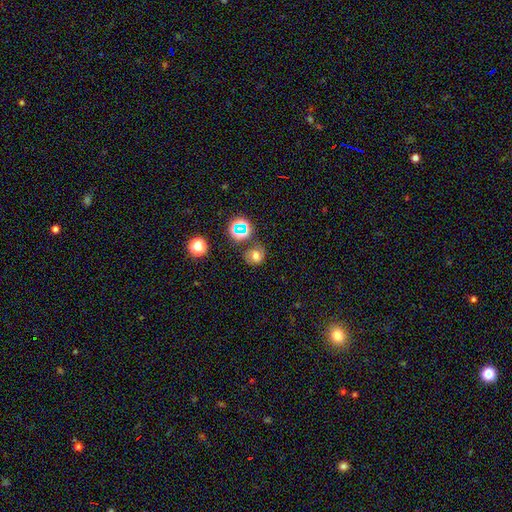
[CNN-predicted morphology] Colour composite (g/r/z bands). It shows a smooth galaxy with no disk features (56%) that is round (76%). Merging: none (68%).